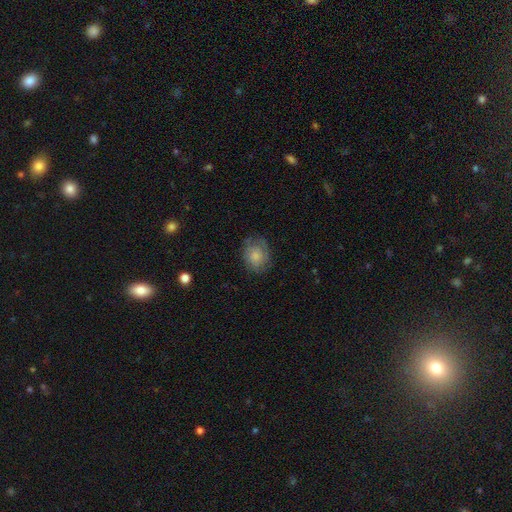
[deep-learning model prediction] smooth_or_featured: smooth (p=0.59) [alt: featured or disk p=0.33]
how_rounded: round (p=0.56) [alt: in between p=0.43]
merging: none (p=0.68) [alt: minor disturbance p=0.22]